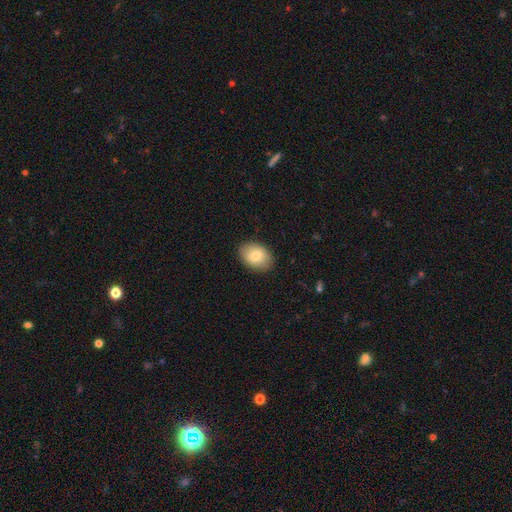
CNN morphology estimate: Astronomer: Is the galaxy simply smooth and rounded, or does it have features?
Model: smooth — 80%.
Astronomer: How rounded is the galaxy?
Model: in between — 81%.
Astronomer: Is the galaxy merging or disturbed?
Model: none — 87%.